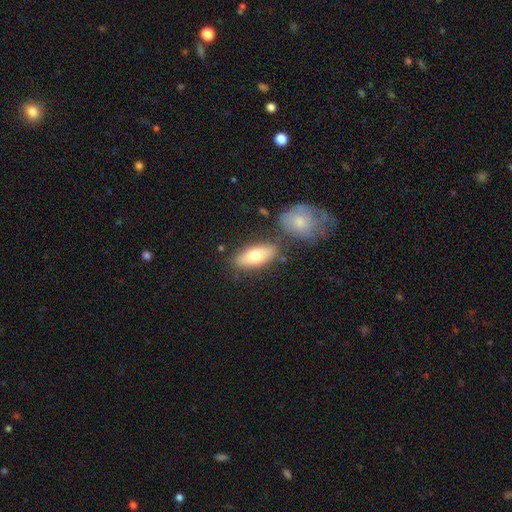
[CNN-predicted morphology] A smooth galaxy with no disk features (70%) that is in between round and cigar-shaped (80%). Merging: none (74%).